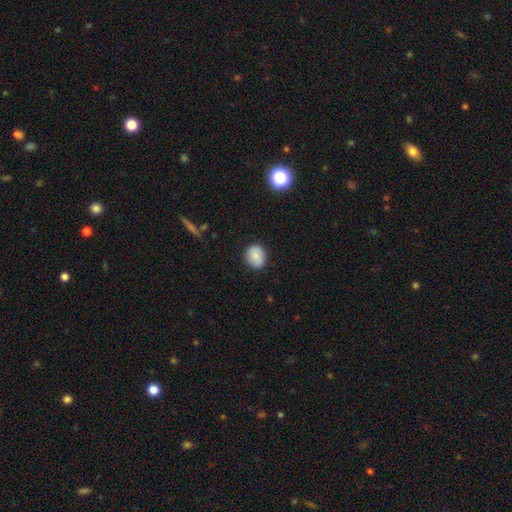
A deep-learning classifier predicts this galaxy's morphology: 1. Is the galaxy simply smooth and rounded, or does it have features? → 83% smooth, 9% star or artifact, 8% featured or disk.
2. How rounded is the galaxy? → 64% round, 35% in between, 1% cigar-shaped.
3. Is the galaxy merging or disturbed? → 85% none, 11% minor disturbance, 2% major disturbance, 1% merger.